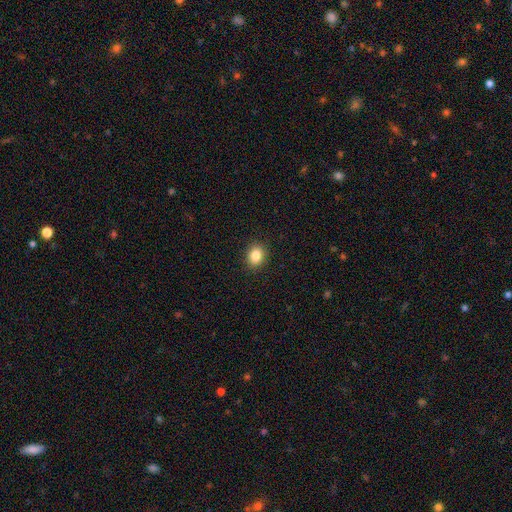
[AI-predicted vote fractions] Smooth or featured? Predicted: smooth (p=0.84). How rounded? Predicted: round (p=0.58). Merging? Predicted: none (p=0.90).